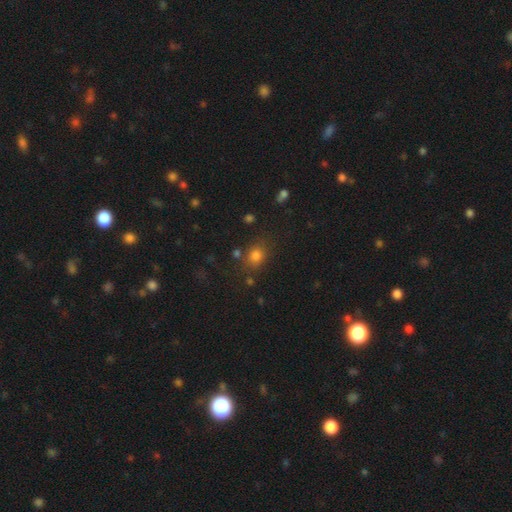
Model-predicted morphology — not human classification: Q: Smooth or featured?
A: smooth (78%); runner-up: star or artifact (15%)
Q: How rounded?
A: round (58%); runner-up: in between (40%)
Q: Merging?
A: none (74%); runner-up: minor disturbance (14%)